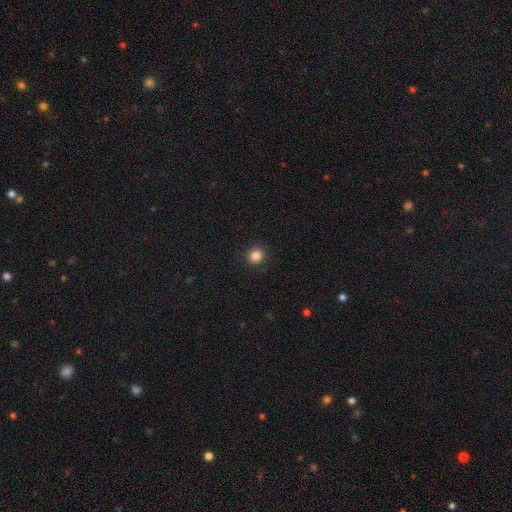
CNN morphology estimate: smooth 85%, star or artifact 11%, featured or disk 4%. Down the decision tree: how rounded — round (88%); merging — none (89%).